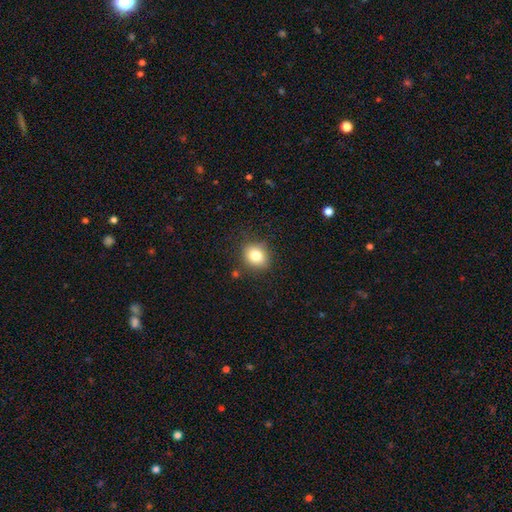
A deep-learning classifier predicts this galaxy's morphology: Smooth or featured?
  - smooth: 81% *
  - star or artifact: 11%
  - featured or disk: 8%
How rounded?
  - round: 63% *
  - in between: 36%
  - cigar-shaped: 1%
Merging?
  - none: 84% *
  - minor disturbance: 11%
  - major disturbance: 3%
  - merger: 2%